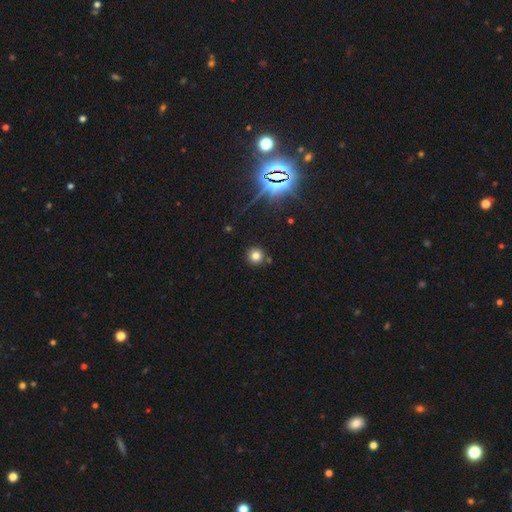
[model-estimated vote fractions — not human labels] smooth_or_featured: smooth (p=0.75) [alt: star or artifact p=0.18]
how_rounded: round (p=0.94) [alt: in between p=0.05]
merging: none (p=0.85) [alt: minor disturbance p=0.07]